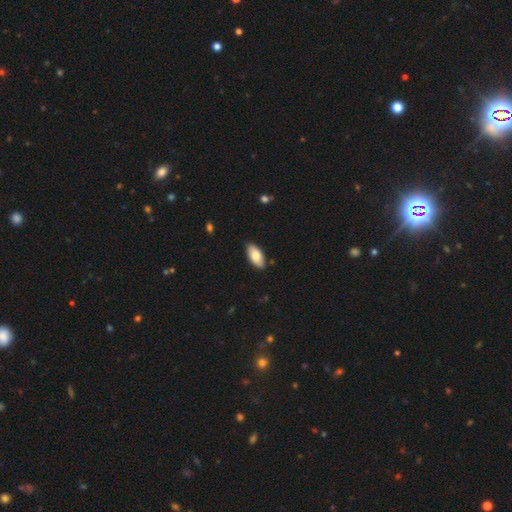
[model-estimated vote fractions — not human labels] smooth 80%, featured or disk 14%, star or artifact 6%. Down the decision tree: how rounded — in between (93%); merging — none (87%).